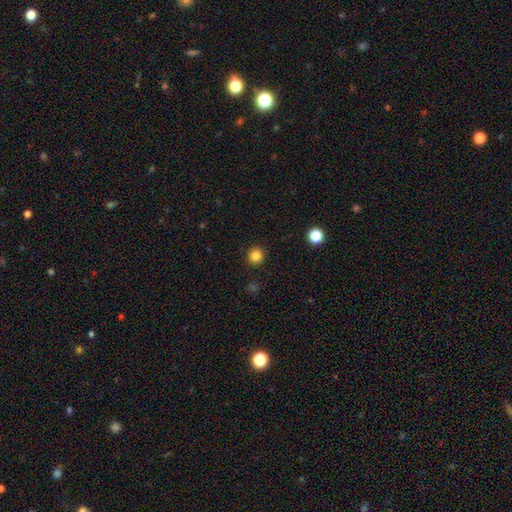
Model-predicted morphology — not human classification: This is clearly a smooth galaxy (83%). How rounded: clearly round (95%). Merging: clearly none (92%).